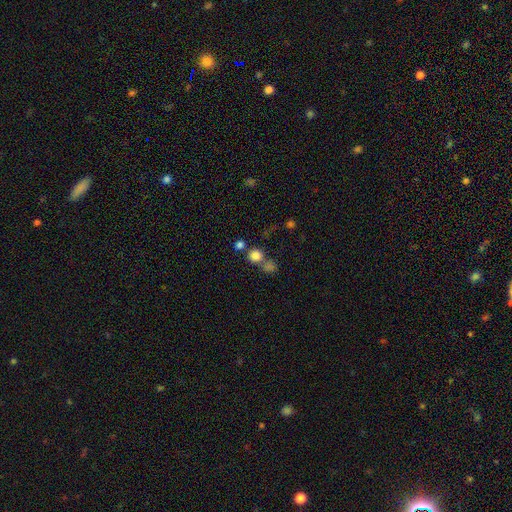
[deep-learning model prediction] Smooth or featured?
  - smooth: 79% *
  - star or artifact: 14%
  - featured or disk: 7%
How rounded?
  - round: 89% *
  - in between: 10%
  - cigar-shaped: 1%
Merging?
  - none: 58% *
  - merger: 30%
  - minor disturbance: 8%
  - major disturbance: 4%